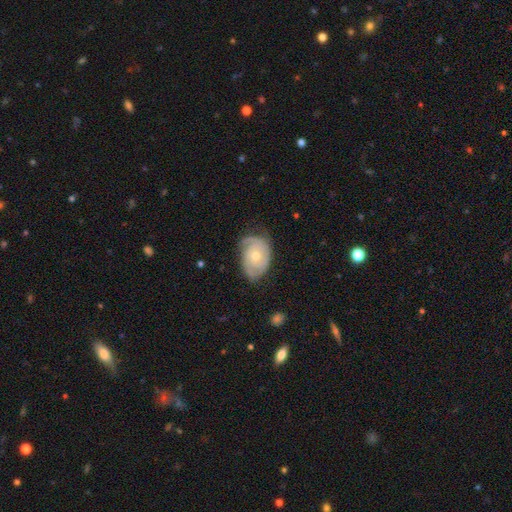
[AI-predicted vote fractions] A featured or disk galaxy (73%) with no bar (80%), 2 (33%) tight (63%) spiral arms (88%) and a moderate central bulge (55%).

Vote fractions:
- Smooth or featured? featured or disk: 73% / smooth: 22% / star or artifact: 6%
- Edge-on disk? no: 96% / yes: 4%
- Bar? no: 80% / weak: 17% / strong: 3%
- Spiral arms? yes: 88% / no: 12%
- Spiral winding? tight: 63% / medium: 27% / loose: 10%
- Spiral arm count? 2: 33% / can't tell: 32% / 3: 16% / 1: 12% / 4: 4% / more than 4: 3%
- Bulge size? moderate: 55% / small: 41% / large: 2% / none: 1% / dominant: 1%
- Merging? none: 61% / minor disturbance: 28% / major disturbance: 10% / merger: 1%